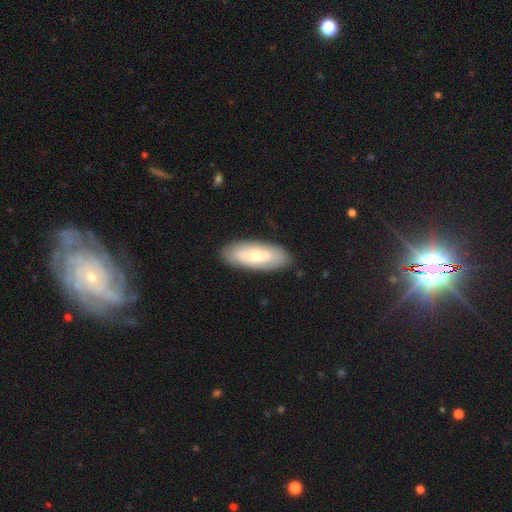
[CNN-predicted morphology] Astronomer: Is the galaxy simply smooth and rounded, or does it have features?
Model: smooth — 55% (runner-up: featured or disk, 39%).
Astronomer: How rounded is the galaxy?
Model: in between — 80%.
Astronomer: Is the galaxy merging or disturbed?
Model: none — 85%.